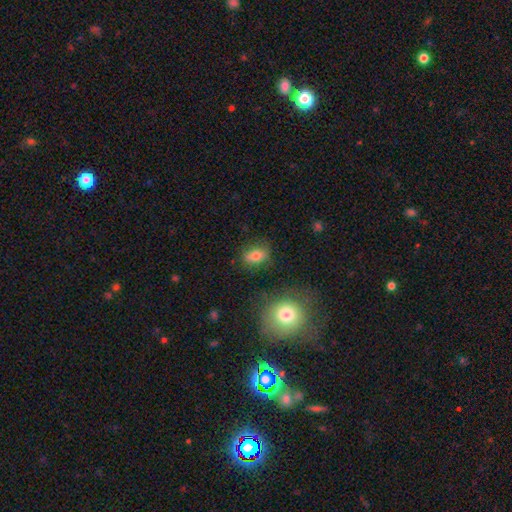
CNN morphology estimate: type=smooth (72%); roundness=in between (79%); merging=none (74%).